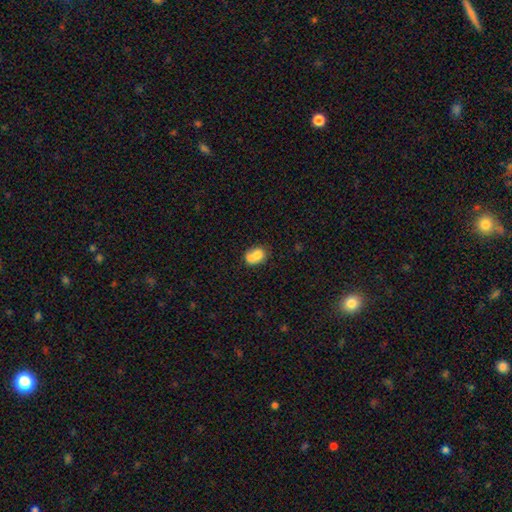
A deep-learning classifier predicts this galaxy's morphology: Smooth or featured? Predicted: smooth (p=0.73). How rounded? Predicted: in between (p=0.66). Merging? Predicted: merger (p=0.47).